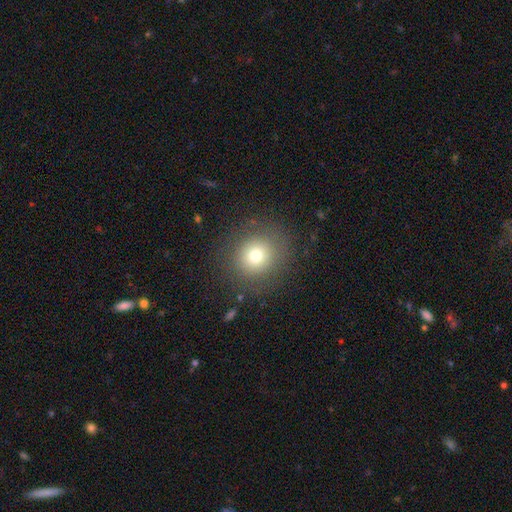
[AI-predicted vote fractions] smooth 73%, star or artifact 15%, featured or disk 12%. Down the decision tree: how rounded — round (87%); merging — none (85%).